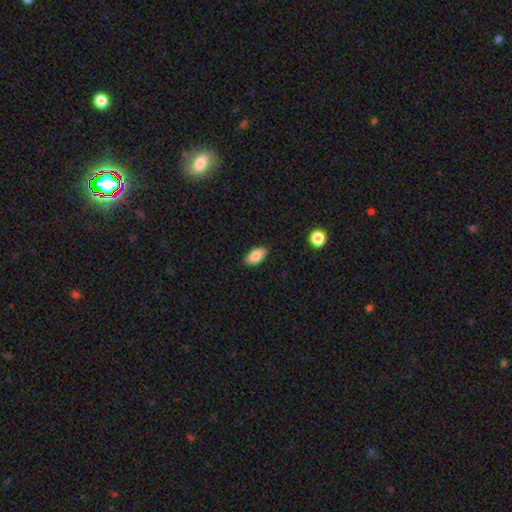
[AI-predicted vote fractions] A smooth galaxy with no disk features (86%) that is in between round and cigar-shaped (92%).

Vote fractions:
- Smooth or featured? smooth: 86% / star or artifact: 7% / featured or disk: 7%
- How rounded? in between: 92% / cigar-shaped: 5% / round: 3%
- Merging? none: 88% / minor disturbance: 9% / major disturbance: 2% / merger: 1%